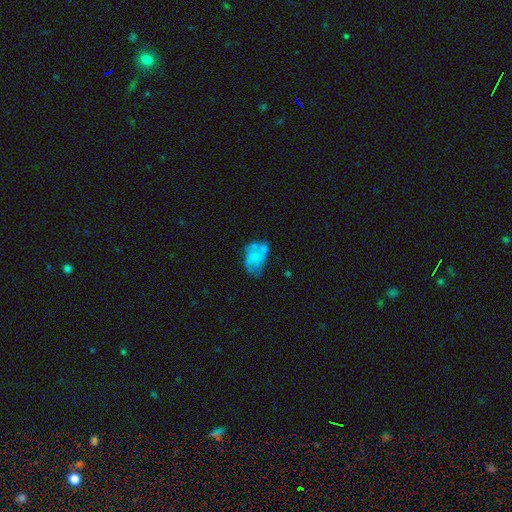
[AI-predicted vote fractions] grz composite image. It shows a smooth galaxy with no disk features (48%). Merging: none (33%).